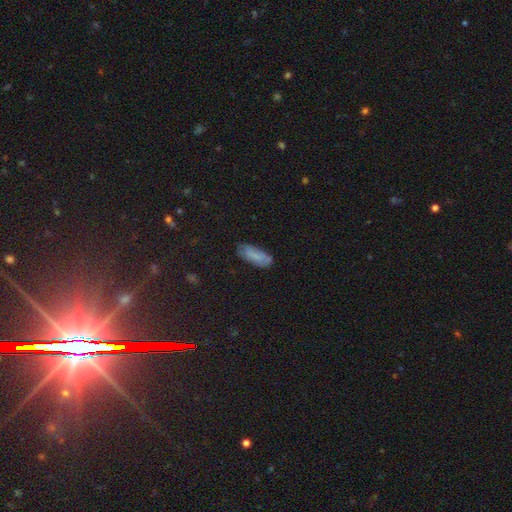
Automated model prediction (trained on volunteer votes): smooth_or_featured: smooth (p=0.73) [alt: featured or disk p=0.17]
how_rounded: in between (p=0.76) [alt: cigar-shaped p=0.22]
merging: none (p=0.70) [alt: minor disturbance p=0.22]